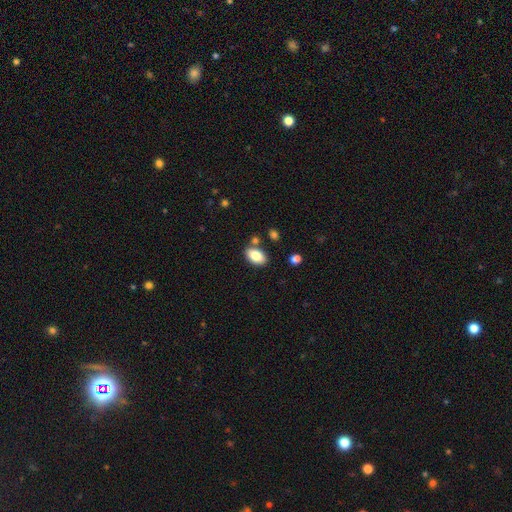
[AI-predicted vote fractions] A smooth galaxy with no disk features (84%) that is in between round and cigar-shaped (91%).

Vote fractions:
- Smooth or featured? smooth: 84% / featured or disk: 8% / star or artifact: 8%
- How rounded? in between: 91% / round: 7% / cigar-shaped: 1%
- Merging? none: 78% / minor disturbance: 11% / merger: 8% / major disturbance: 3%